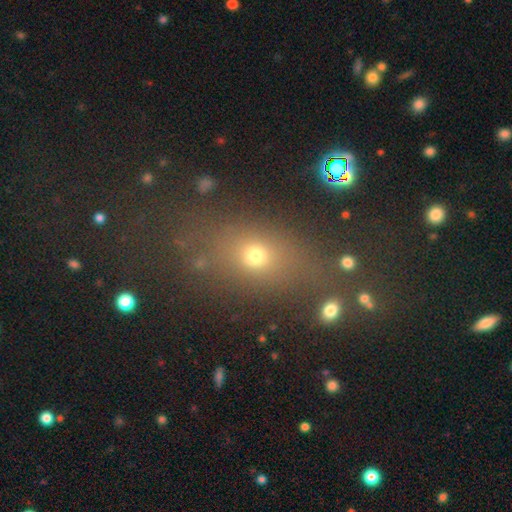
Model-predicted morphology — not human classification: Overall: smooth (62%; star or artifact 24%). How rounded: in between (59%; round 33%). Merging: none (65%).